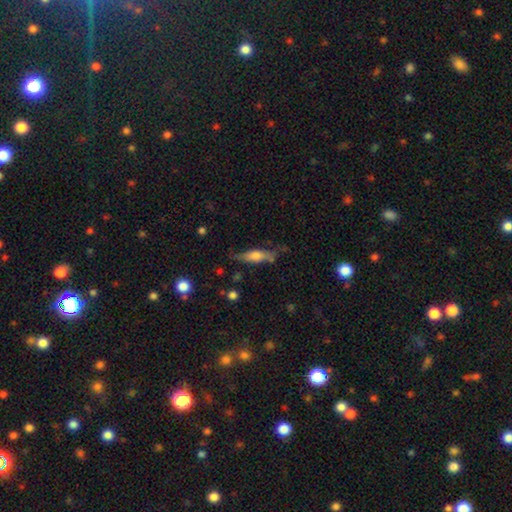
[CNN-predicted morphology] This appears to be a smooth galaxy with no disk features (54%) that is cigar-shaped (59%). Merging: none (62%).